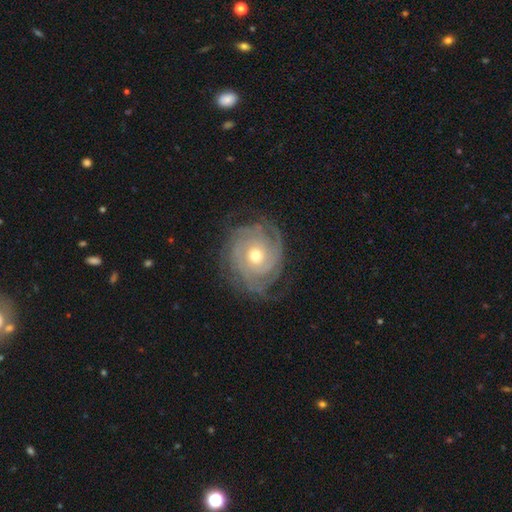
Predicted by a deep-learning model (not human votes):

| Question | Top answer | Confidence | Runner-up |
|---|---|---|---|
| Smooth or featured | featured or disk | 89% | smooth (6%) |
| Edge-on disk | no | 97% | yes (3%) |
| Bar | no | 78% | weak (17%) |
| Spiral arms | yes | 97% | no (3%) |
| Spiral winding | tight | 80% | medium (16%) |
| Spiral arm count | can't tell | 26% | 3 (24%) |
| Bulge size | moderate | 61% | small (36%) |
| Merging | none | 78% | minor disturbance (15%) |